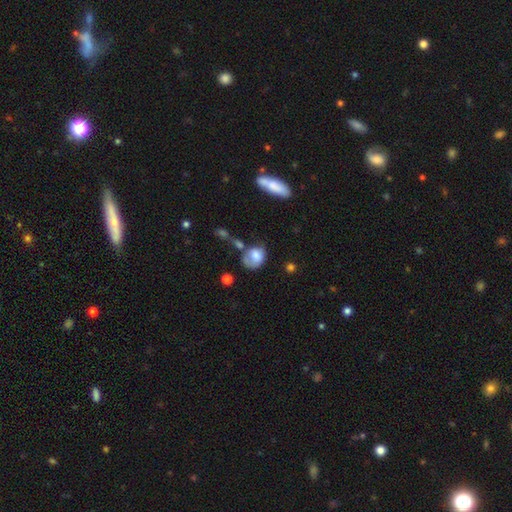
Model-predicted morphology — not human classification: The model was most divided on "merging": none: 31%, minor disturbance: 30%, major disturbance: 25%, merger: 14%. More confident: smooth or featured — smooth (70%); how rounded — in between (58%).